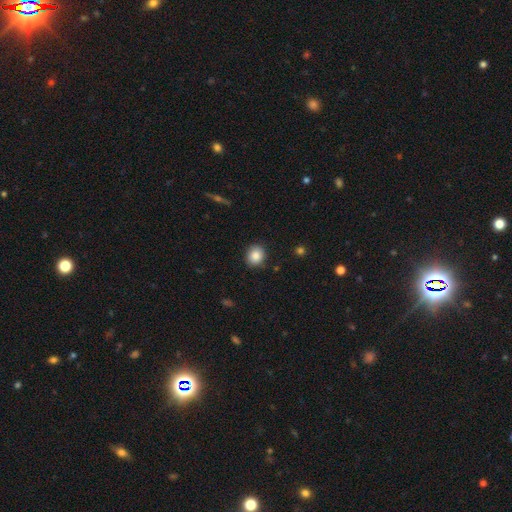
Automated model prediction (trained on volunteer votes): The model was most divided on "how rounded": round: 74%, in between: 25%, cigar-shaped: 1%. More confident: merging — none (89%); smooth or featured — smooth (86%).